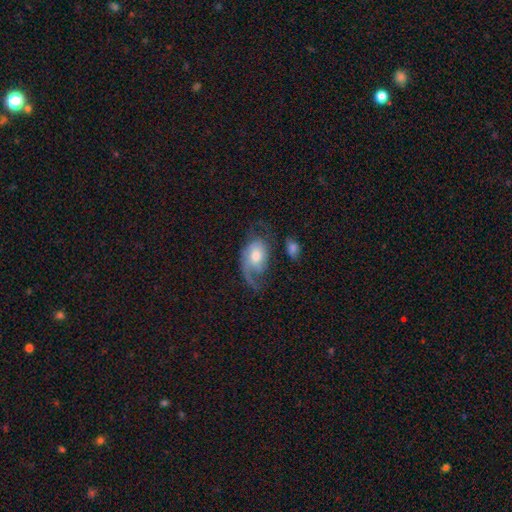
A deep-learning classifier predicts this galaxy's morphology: smooth_or_featured: featured or disk (p=0.63) [alt: smooth p=0.29]
disk_edge_on: no (p=0.96) [alt: yes p=0.04]
bar: no (p=0.70) [alt: weak p=0.25]
has_spiral_arms: yes (p=0.86) [alt: no p=0.14]
spiral_winding: loose (p=0.44) [alt: medium p=0.36]
spiral_arm_count: 1 (p=0.59) [alt: 2 p=0.30]
bulge_size: moderate (p=0.57) [alt: large p=0.21]
merging: none (p=0.38) [alt: major disturbance p=0.34]